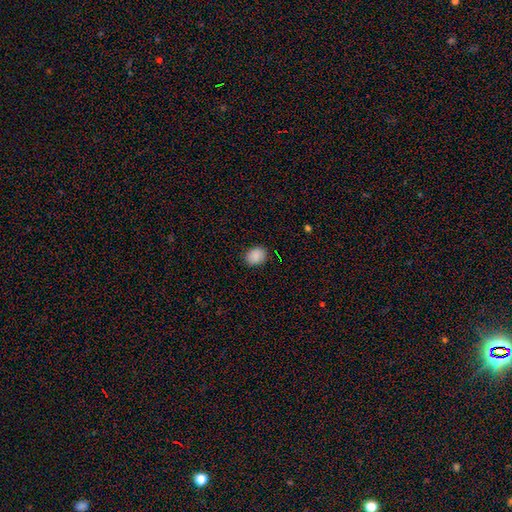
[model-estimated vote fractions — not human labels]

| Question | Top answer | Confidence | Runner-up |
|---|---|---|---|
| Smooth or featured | smooth | 89% | star or artifact (8%) |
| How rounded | in between | 59% | round (40%) |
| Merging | none | 86% | minor disturbance (10%) |